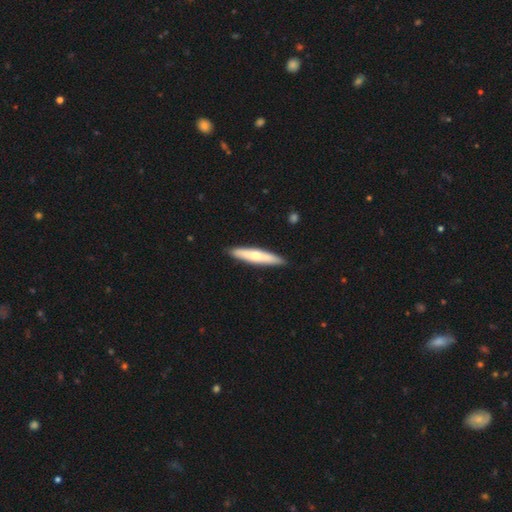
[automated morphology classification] smooth-or-featured: smooth: 59% | featured or disk: 36% | star or artifact: 5%
  how-rounded: cigar-shaped: 90% | in between: 9% | round: 1%
  merging: none: 90% | minor disturbance: 8% | major disturbance: 1% | merger: 1%